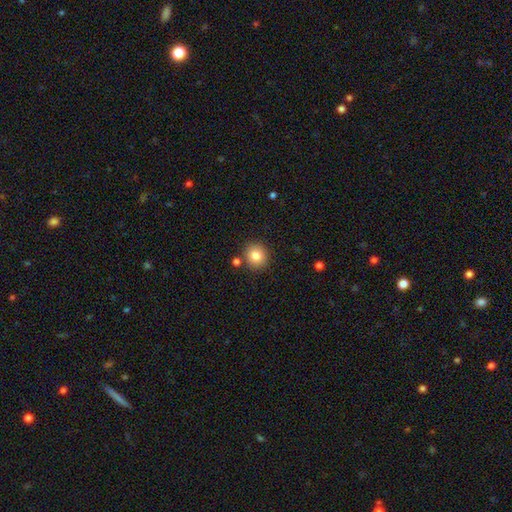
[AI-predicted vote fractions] Smooth or featured? smooth (83%)
How rounded? round (88%)
Merging? none (85%)